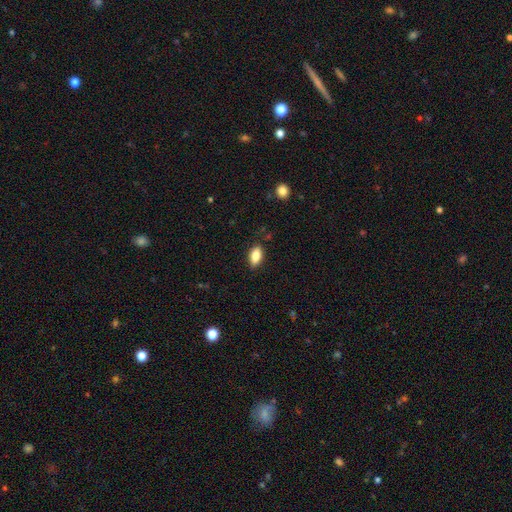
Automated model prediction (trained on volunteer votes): Q: Smooth or featured?
A: smooth (82%); runner-up: featured or disk (11%)
Q: How rounded?
A: in between (88%); runner-up: cigar-shaped (8%)
Q: Merging?
A: none (85%); runner-up: minor disturbance (11%)